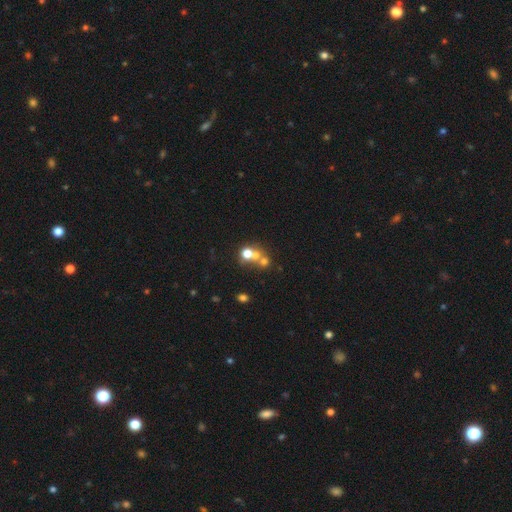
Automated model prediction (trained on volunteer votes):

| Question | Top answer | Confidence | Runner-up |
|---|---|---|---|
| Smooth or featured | smooth | 57% | star or artifact (22%) |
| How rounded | round | 79% | in between (20%) |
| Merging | merger | 52% | none (36%) |